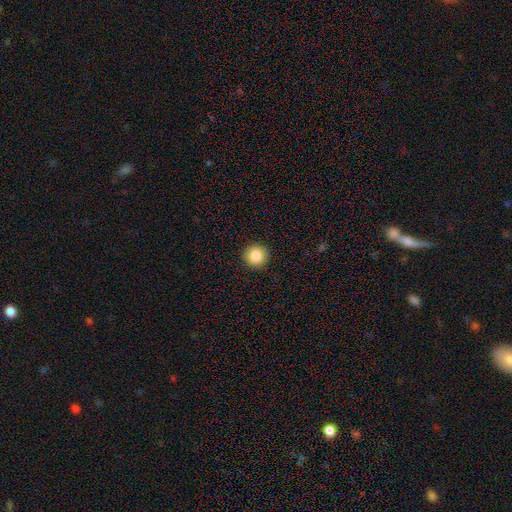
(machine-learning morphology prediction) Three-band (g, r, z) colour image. It shows a smooth galaxy with no disk features (85%) that is round (95%). Merging: none (93%).